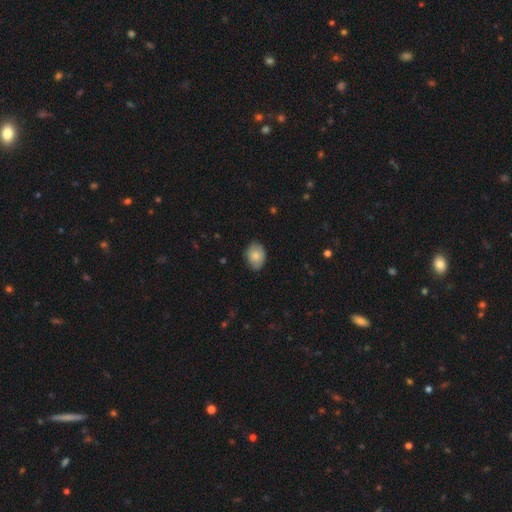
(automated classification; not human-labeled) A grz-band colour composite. It shows a smooth galaxy with no disk features (80%) that is in between round and cigar-shaped (62%). Merging: none (75%).